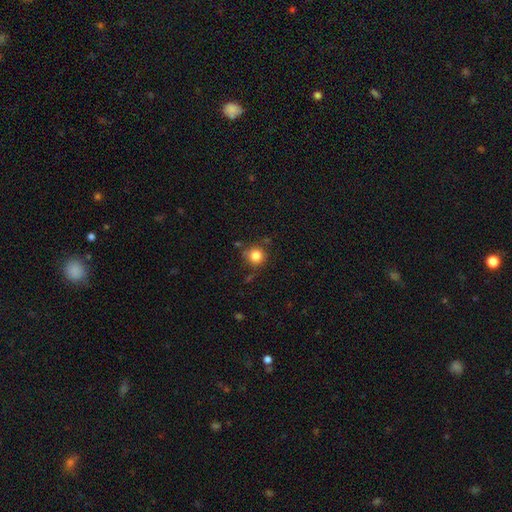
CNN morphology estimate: type=smooth (83%); roundness=round (93%); merging=none (80%).